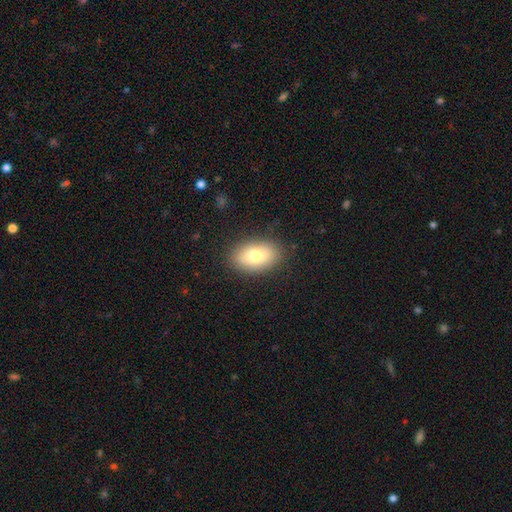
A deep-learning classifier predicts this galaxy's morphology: Smooth or featured: smooth — 74% (featured or disk — 17%)
How rounded: in between — 87% (round — 11%)
Merging: none — 87% (minor disturbance — 9%)